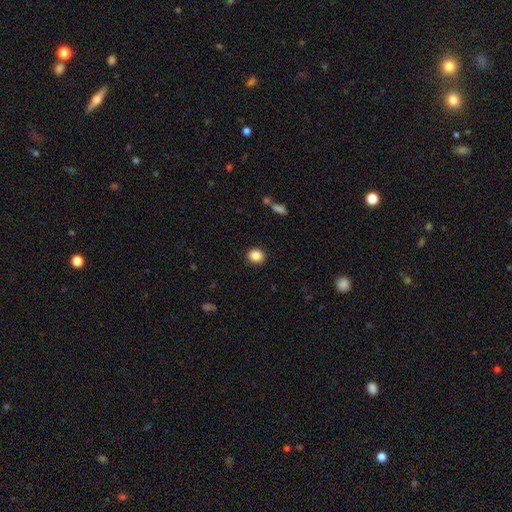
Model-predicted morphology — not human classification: Q: Smooth or featured?
A: smooth (88%); runner-up: star or artifact (9%)
Q: How rounded?
A: round (69%); runner-up: in between (30%)
Q: Merging?
A: none (90%); runner-up: minor disturbance (7%)